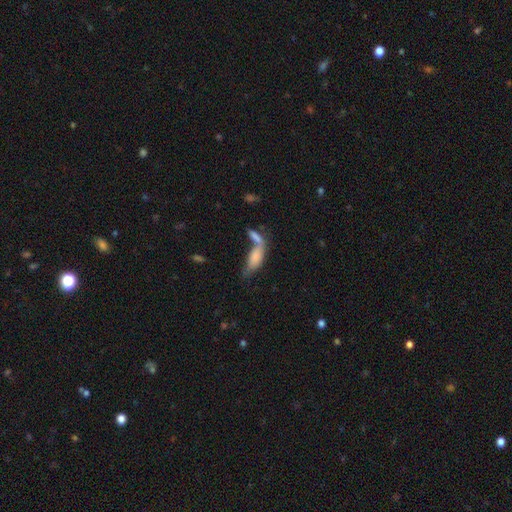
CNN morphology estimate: A smooth galaxy with no disk features (75%) that is in between round and cigar-shaped (76%).

Vote fractions:
- Smooth or featured? smooth: 75% / featured or disk: 17% / star or artifact: 8%
- How rounded? in between: 76% / cigar-shaped: 21% / round: 3%
- Merging? merger: 54% / none: 24% / minor disturbance: 12% / major disturbance: 10%